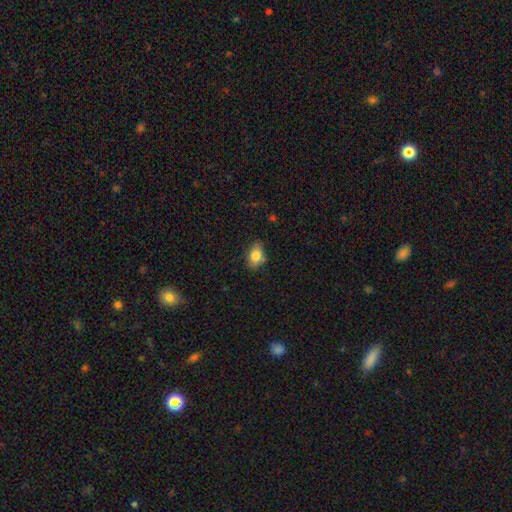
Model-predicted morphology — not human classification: Overall: smooth (81%). How rounded: in between (83%). Merging: none (76%).